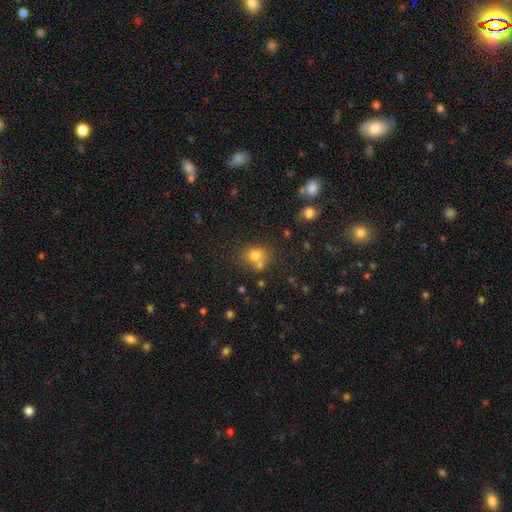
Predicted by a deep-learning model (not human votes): This appears to be a smooth galaxy with no disk features (75%) that is round (65%). Merging: none (55%).